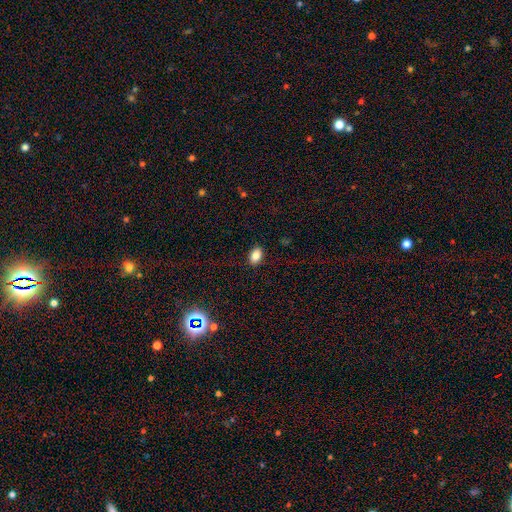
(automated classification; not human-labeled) Smooth or featured: smooth — 84% (star or artifact — 10%)
How rounded: in between — 85% (round — 13%)
Merging: none — 88% (minor disturbance — 9%)